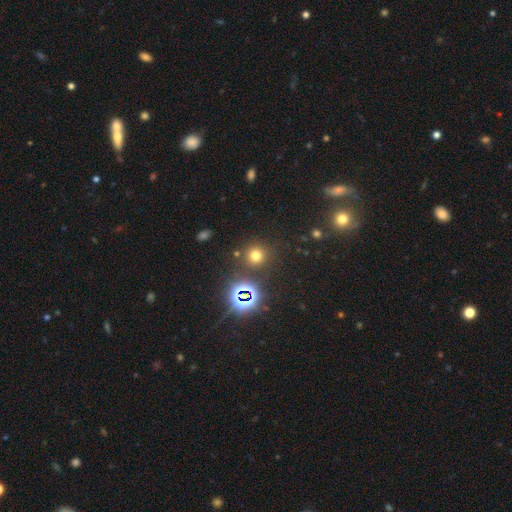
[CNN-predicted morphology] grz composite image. It shows a smooth galaxy with no disk features (64%) that is round (92%). Merging: none (85%).